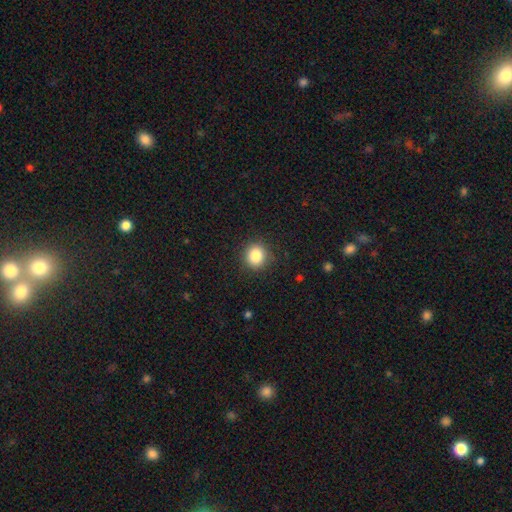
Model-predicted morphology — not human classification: A smooth galaxy with no disk features (85%) that is round (84%).

Vote fractions:
- Smooth or featured? smooth: 85% / star or artifact: 10% / featured or disk: 5%
- How rounded? round: 84% / in between: 15% / cigar-shaped: 1%
- Merging? none: 89% / minor disturbance: 8% / major disturbance: 2% / merger: 1%